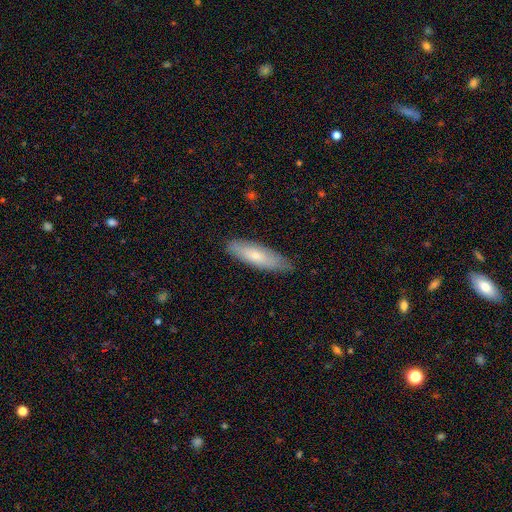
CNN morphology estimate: This is likely a smooth galaxy (65%). How rounded: possibly cigar-shaped (56%). Merging: likely none (80%).